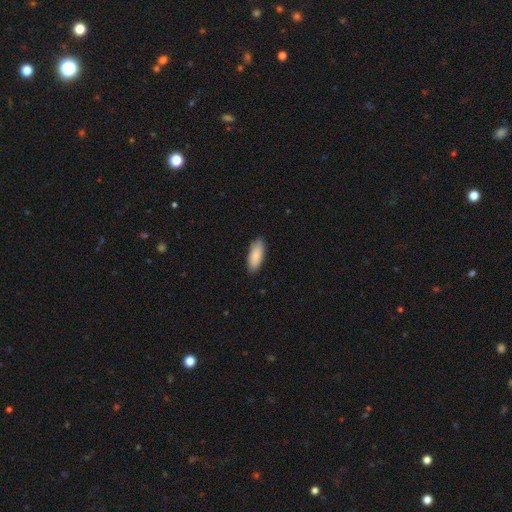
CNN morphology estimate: Smooth or featured: smooth — 87% (featured or disk — 7%)
How rounded: in between — 77% (cigar-shaped — 21%)
Merging: none — 87% (minor disturbance — 10%)